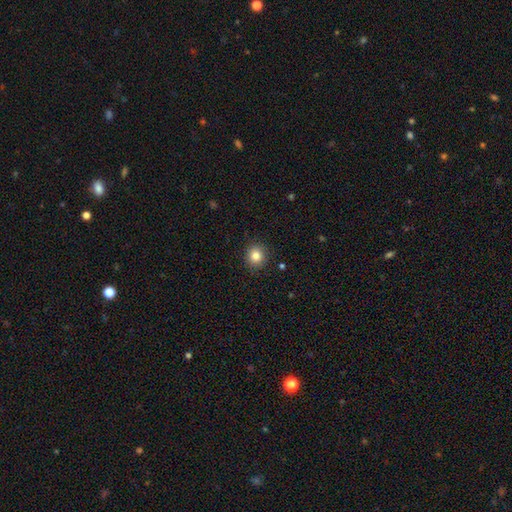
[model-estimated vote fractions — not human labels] A smooth galaxy with no disk features (83%) that is round (90%). Merging: none (91%).